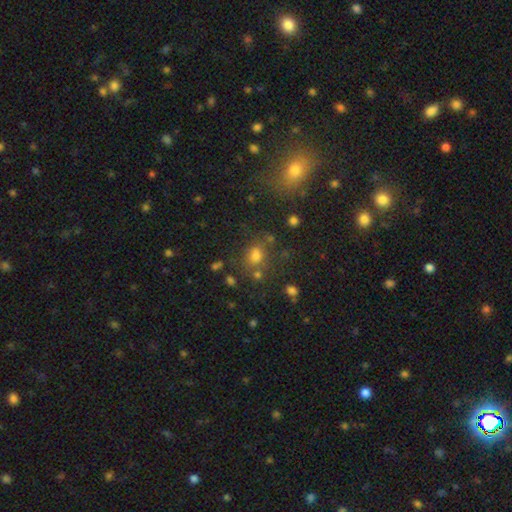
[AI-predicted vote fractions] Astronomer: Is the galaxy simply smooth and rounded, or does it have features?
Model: smooth — 69%.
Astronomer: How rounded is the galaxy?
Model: round — 60% (runner-up: in between, 39%).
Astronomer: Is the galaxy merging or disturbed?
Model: none — 66%.